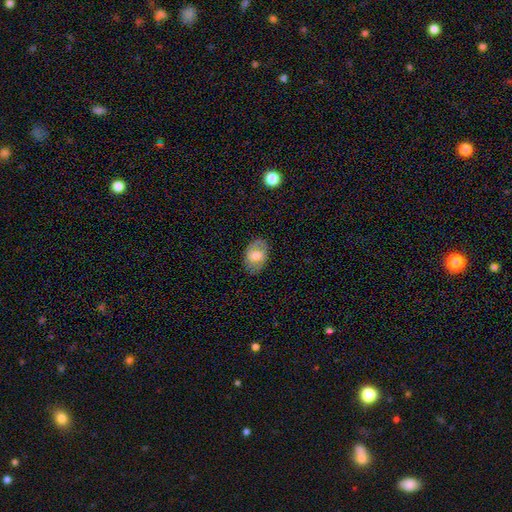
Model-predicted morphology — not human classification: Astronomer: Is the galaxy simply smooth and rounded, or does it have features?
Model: smooth — 62%.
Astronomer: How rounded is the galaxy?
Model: in between — 86%.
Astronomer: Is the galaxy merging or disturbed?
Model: none — 81%.